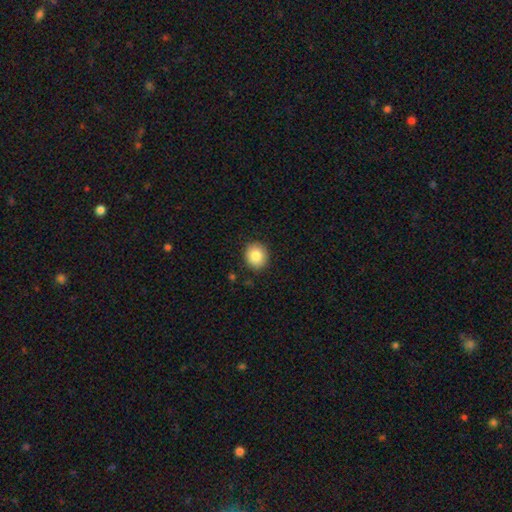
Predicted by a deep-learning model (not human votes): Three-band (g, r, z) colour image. It shows a smooth galaxy with no disk features (85%) that is round (71%). Merging: none (89%).